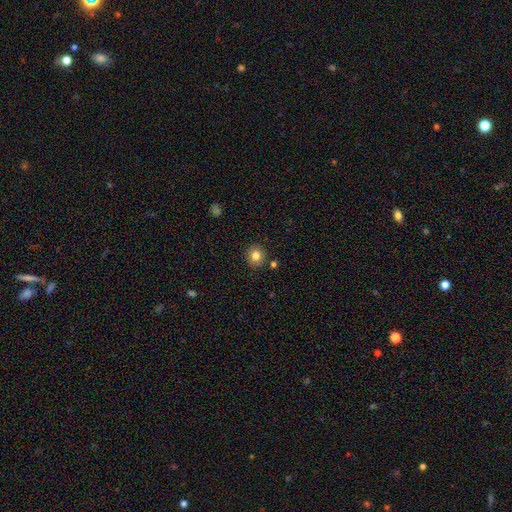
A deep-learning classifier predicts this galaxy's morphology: smooth-or-featured: smooth: 81% | star or artifact: 11% | featured or disk: 8%
  how-rounded: round: 85% | in between: 14% | cigar-shaped: 1%
  merging: none: 88% | minor disturbance: 7% | merger: 3% | major disturbance: 2%